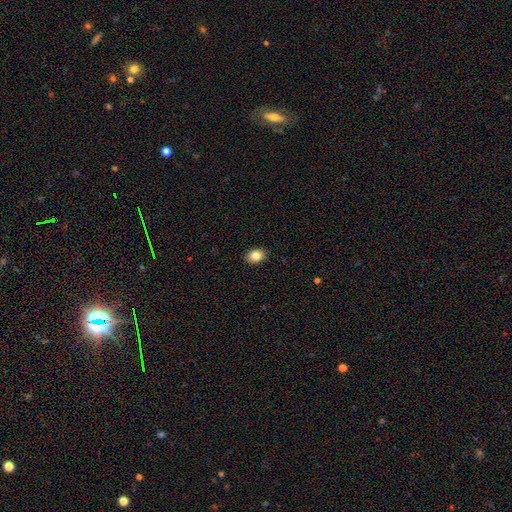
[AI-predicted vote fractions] The model was most divided on "how rounded": in between: 72%, round: 27%, cigar-shaped: 1%. More confident: merging — none (90%); smooth or featured — smooth (84%).